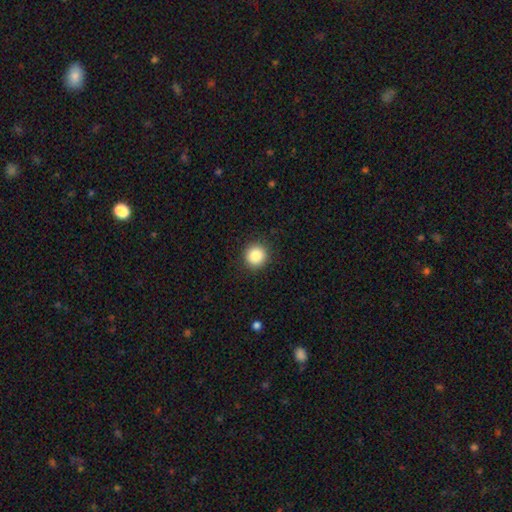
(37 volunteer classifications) smooth 89%, star or artifact 8%, featured or disk 3%. Down the decision tree: how rounded — round (94%); merging — none (85%).